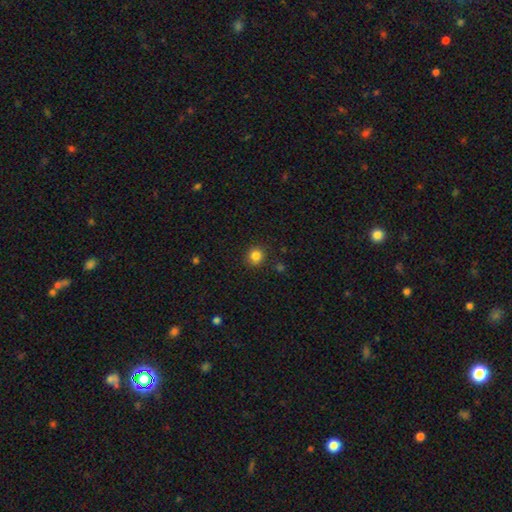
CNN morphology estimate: This is clearly a smooth galaxy (83%). How rounded: clearly round (90%). Merging: clearly none (90%).